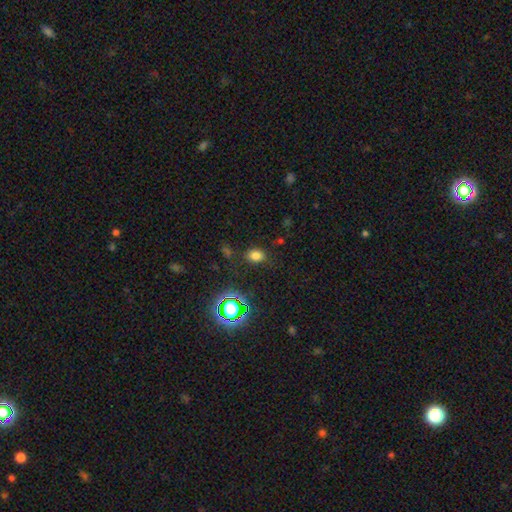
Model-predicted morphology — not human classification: The model was most divided on "how rounded": in between: 69%, round: 29%, cigar-shaped: 1%. More confident: merging — none (81%); smooth or featured — smooth (72%).